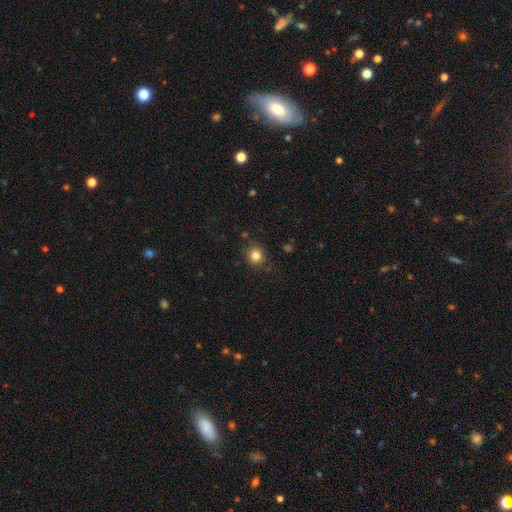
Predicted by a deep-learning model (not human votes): The model was most divided on "smooth or featured": smooth: 82%, star or artifact: 12%, featured or disk: 6%. More confident: how rounded — round (88%); merging — none (86%).